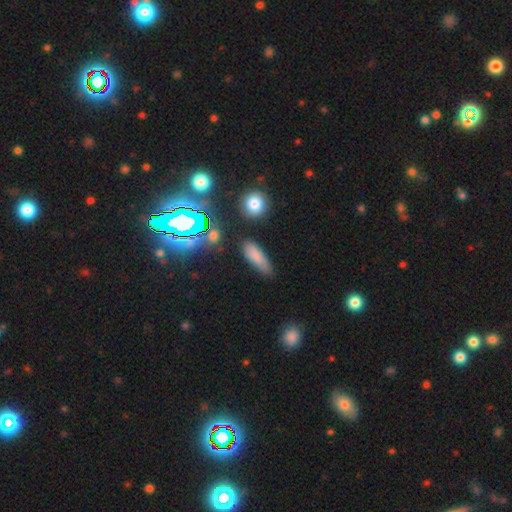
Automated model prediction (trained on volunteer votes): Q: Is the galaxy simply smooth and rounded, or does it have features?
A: smooth — 77%.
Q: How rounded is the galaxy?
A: in between — 56%.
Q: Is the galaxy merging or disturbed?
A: none — 74%.